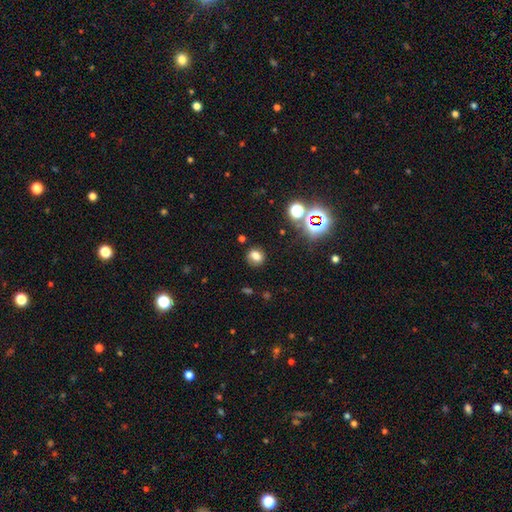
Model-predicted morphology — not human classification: The model was most divided on "how rounded": round: 58%, in between: 40%, cigar-shaped: 1%. More confident: merging — none (80%); smooth or featured — smooth (72%).